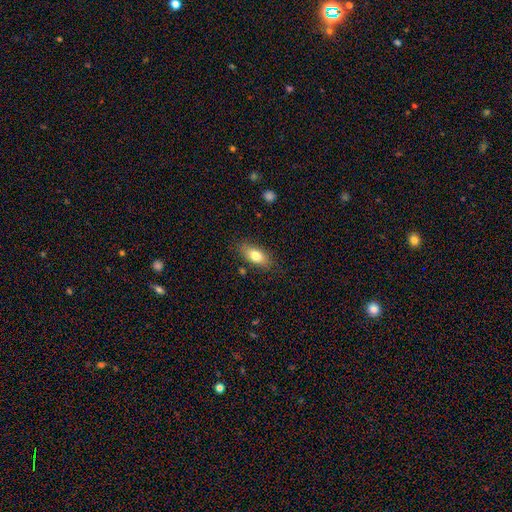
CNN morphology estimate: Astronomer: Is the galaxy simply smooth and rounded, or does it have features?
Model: smooth — 77%.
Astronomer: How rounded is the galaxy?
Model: in between — 83%.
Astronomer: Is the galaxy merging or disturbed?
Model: none — 82%.